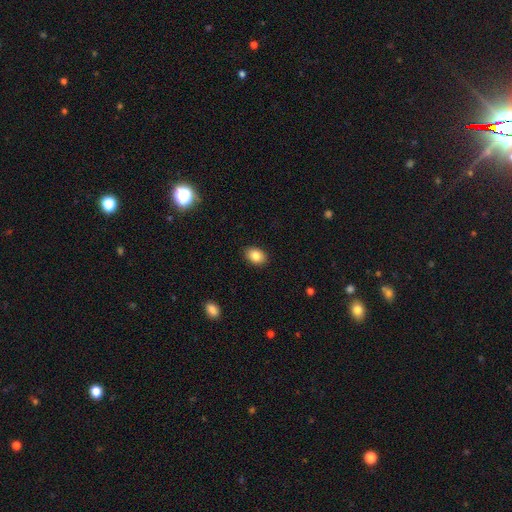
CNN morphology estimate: smooth-or-featured: smooth: 85% | star or artifact: 8% | featured or disk: 6%
  how-rounded: in between: 78% | round: 21% | cigar-shaped: 1%
  merging: none: 89% | minor disturbance: 8% | major disturbance: 2% | merger: 1%